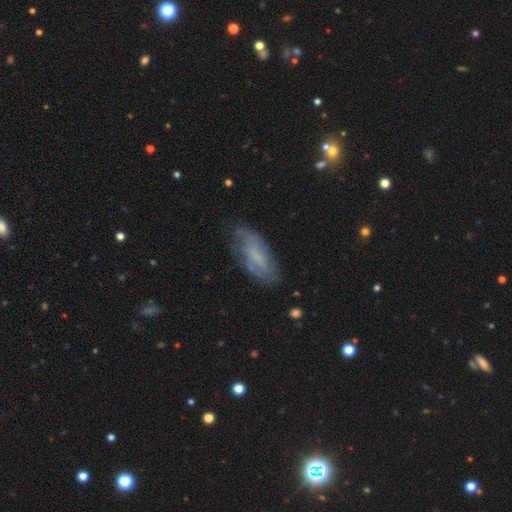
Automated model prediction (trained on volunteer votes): Q: Smooth or featured?
A: smooth (44%); tied with: featured or disk (44%)
Q: Merging?
A: none (70%); runner-up: minor disturbance (21%)